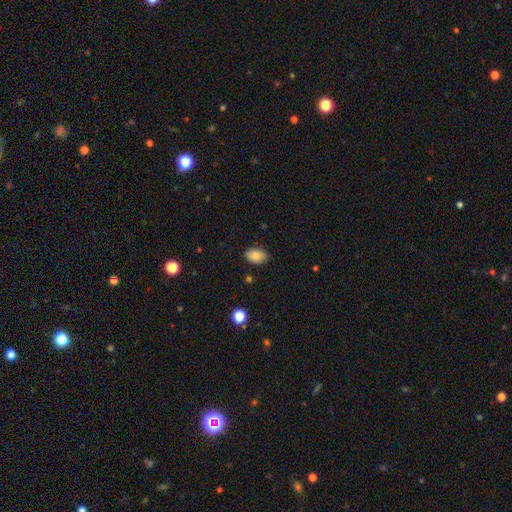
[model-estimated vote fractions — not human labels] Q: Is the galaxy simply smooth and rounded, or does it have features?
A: smooth — 81%.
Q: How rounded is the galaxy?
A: in between — 87%.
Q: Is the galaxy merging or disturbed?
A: none — 84%.